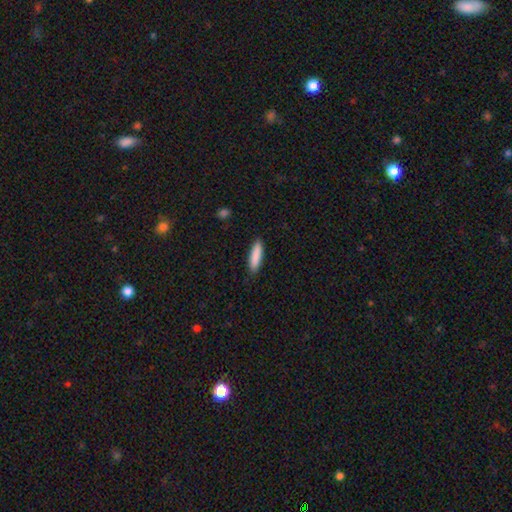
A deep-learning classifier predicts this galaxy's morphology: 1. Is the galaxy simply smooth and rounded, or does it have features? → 87% smooth, 7% featured or disk, 6% star or artifact.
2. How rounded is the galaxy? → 76% cigar-shaped, 23% in between, 1% round.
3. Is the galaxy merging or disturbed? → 89% none, 8% minor disturbance, 2% major disturbance, 1% merger.